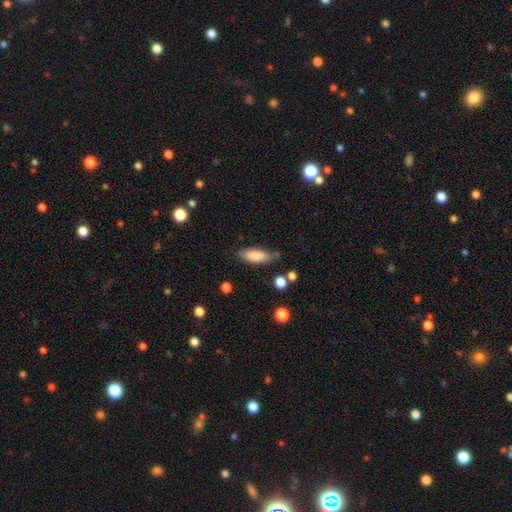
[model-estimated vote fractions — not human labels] The model was most divided on "how rounded": in between: 68%, cigar-shaped: 30%, round: 2%. More confident: smooth or featured — smooth (85%); merging — none (76%).